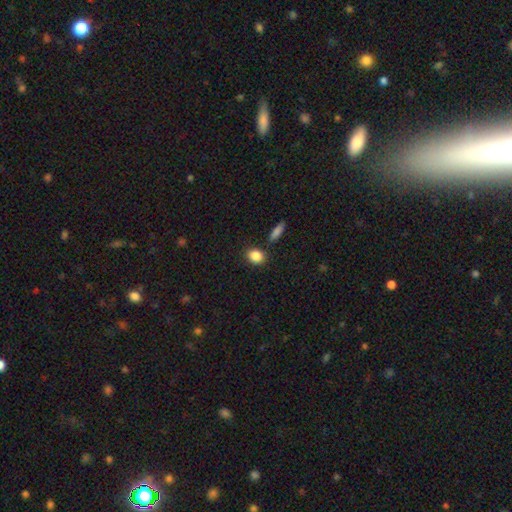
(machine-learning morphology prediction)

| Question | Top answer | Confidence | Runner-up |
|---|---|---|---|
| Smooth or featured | smooth | 87% | star or artifact (8%) |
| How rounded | round | 50% | in between (48%) |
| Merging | none | 82% | minor disturbance (10%) |